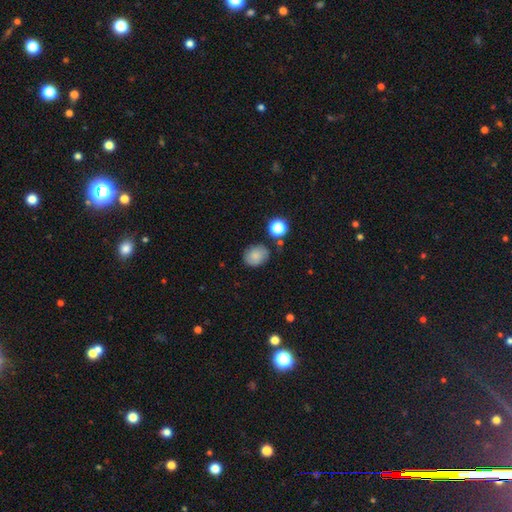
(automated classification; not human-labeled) This appears to be a smooth galaxy with no disk features (80%) that is round (55%). Merging: none (76%).